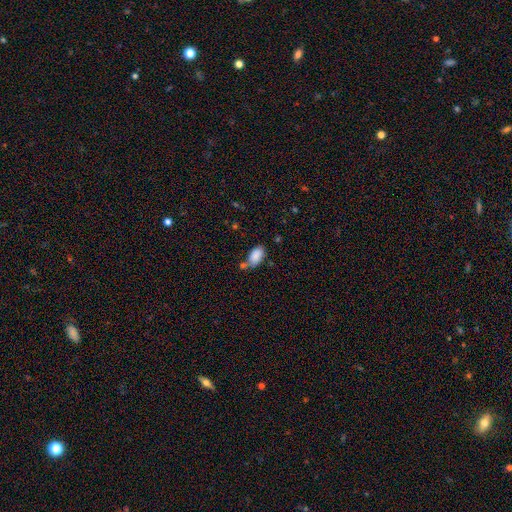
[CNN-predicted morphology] Smooth or featured?
  - smooth: 85% *
  - star or artifact: 8%
  - featured or disk: 7%
How rounded?
  - in between: 93% *
  - round: 4%
  - cigar-shaped: 3%
Merging?
  - none: 47% *
  - merger: 24%
  - minor disturbance: 22%
  - major disturbance: 7%